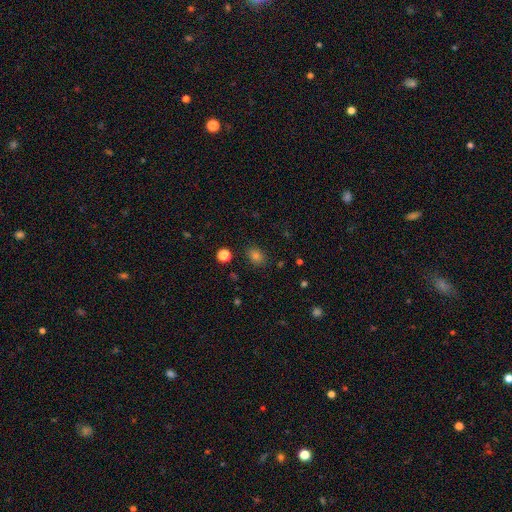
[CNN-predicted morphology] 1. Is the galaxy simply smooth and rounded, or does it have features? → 77% smooth, 16% star or artifact, 6% featured or disk.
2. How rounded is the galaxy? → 59% in between, 40% round, 1% cigar-shaped.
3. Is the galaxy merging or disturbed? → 86% none, 9% minor disturbance, 3% major disturbance, 2% merger.